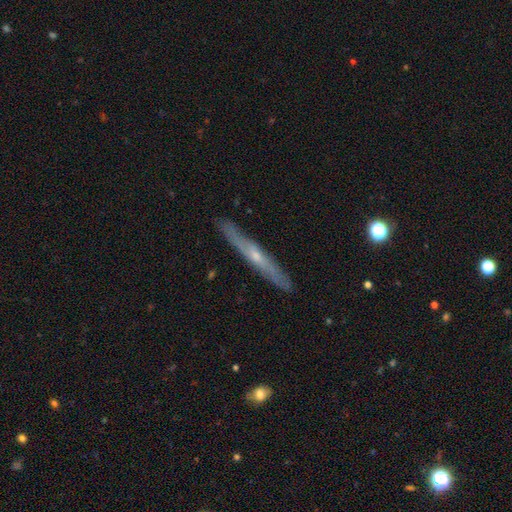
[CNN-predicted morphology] smooth_or_featured: featured or disk (p=0.67) [alt: smooth p=0.27]
disk_edge_on: yes (p=0.92) [alt: no p=0.08]
edge_on_bulge: rounded (p=0.61) [alt: none p=0.35]
merging: none (p=0.89) [alt: minor disturbance p=0.09]